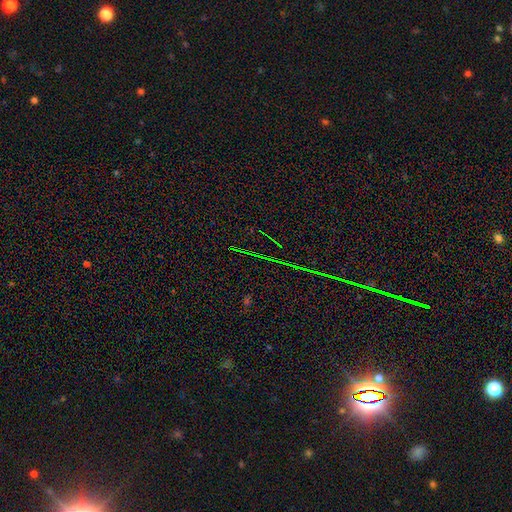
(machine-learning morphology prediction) type=star or artifact (83%).